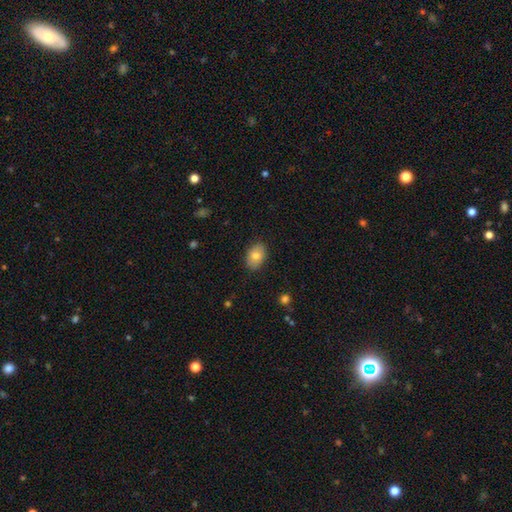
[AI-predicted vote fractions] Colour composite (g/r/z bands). It shows a smooth galaxy with no disk features (79%) that is in between round and cigar-shaped (85%). Merging: none (87%).